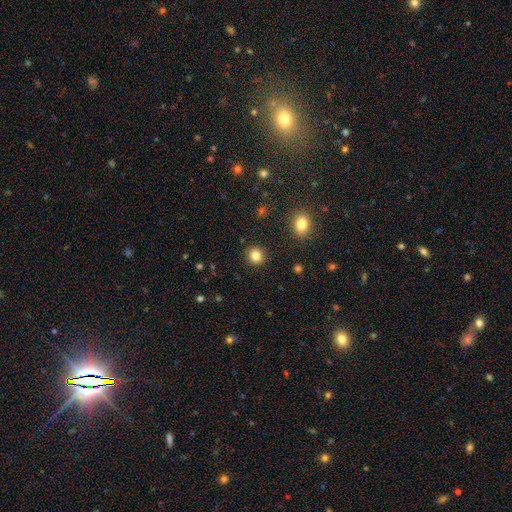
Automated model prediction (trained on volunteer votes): Smooth or featured? smooth (84%)
How rounded? round (87%)
Merging? none (91%)